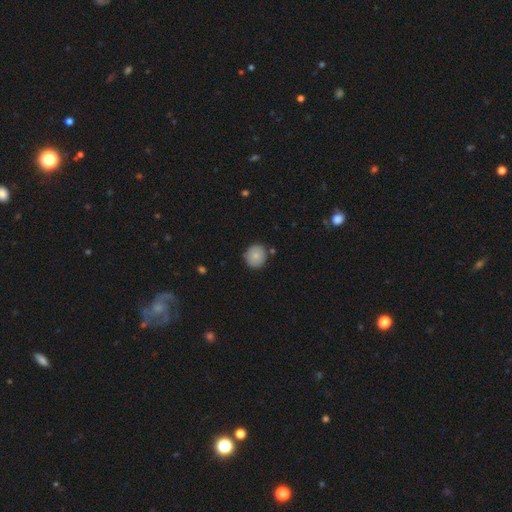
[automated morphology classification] A smooth galaxy with no disk features (83%) that is round (88%).

Vote fractions:
- Smooth or featured? smooth: 83% / featured or disk: 10% / star or artifact: 8%
- How rounded? round: 88% / in between: 11% / cigar-shaped: 1%
- Merging? none: 83% / minor disturbance: 11% / merger: 3% / major disturbance: 2%